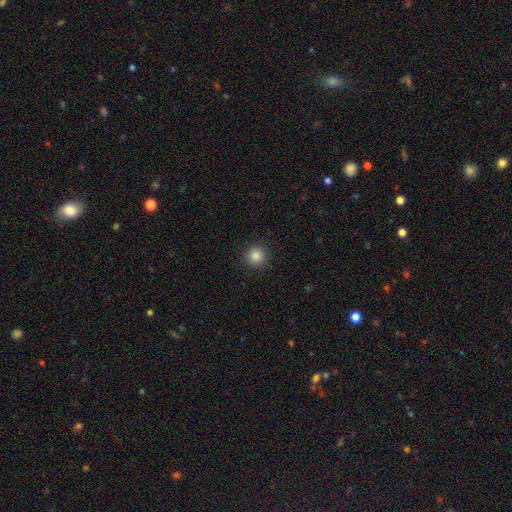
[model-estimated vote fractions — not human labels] This appears to be a smooth galaxy with no disk features (85%) that is round (94%). Merging: none (92%).